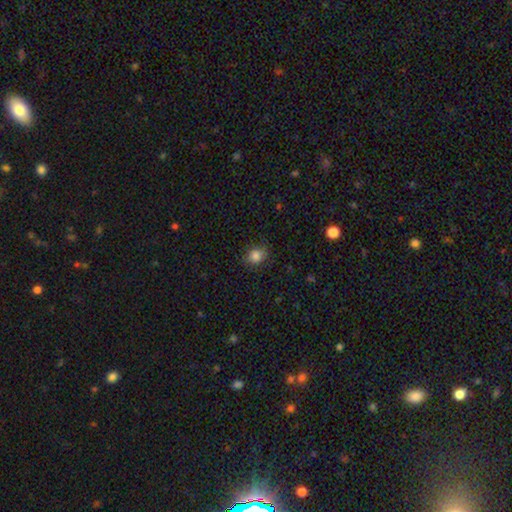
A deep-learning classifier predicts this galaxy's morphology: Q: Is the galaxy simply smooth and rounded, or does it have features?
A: smooth — 84%.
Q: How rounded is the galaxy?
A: round — 52%.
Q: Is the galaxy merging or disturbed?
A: none — 82%.